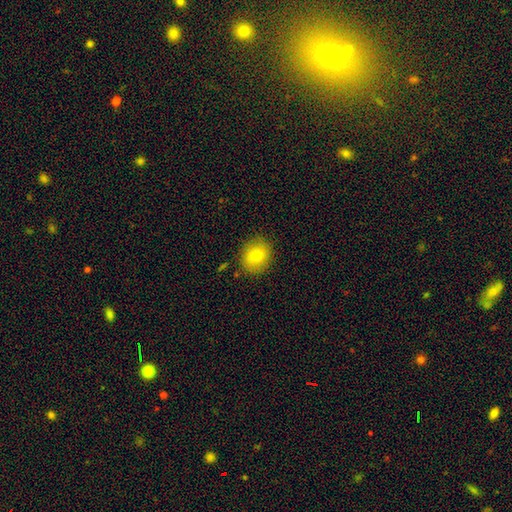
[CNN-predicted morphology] A smooth galaxy with no disk features (78%) that is round (71%).

Vote fractions:
- Smooth or featured? smooth: 78% / featured or disk: 12% / star or artifact: 10%
- How rounded? round: 71% / in between: 29% / cigar-shaped: 1%
- Merging? none: 87% / minor disturbance: 9% / major disturbance: 3% / merger: 2%